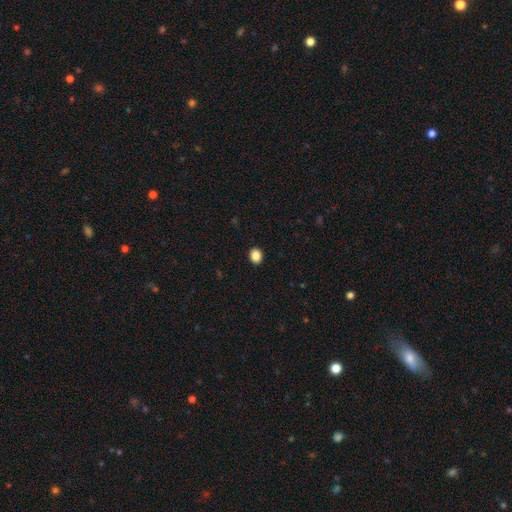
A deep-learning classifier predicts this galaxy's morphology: smooth-or-featured: smooth: 88% | star or artifact: 9% | featured or disk: 3%
  how-rounded: round: 60% | in between: 39% | cigar-shaped: 1%
  merging: none: 92% | minor disturbance: 5% | major disturbance: 2% | merger: 1%